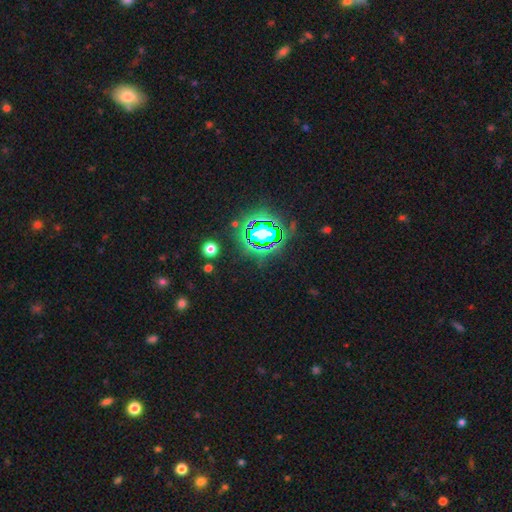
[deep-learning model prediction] star or artifact 82%, smooth 12%, featured or disk 7%.